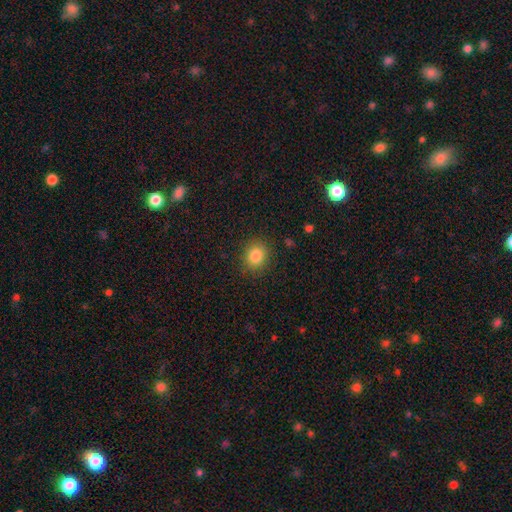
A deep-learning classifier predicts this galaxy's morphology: Smooth or featured? Predicted: smooth (p=0.84). How rounded? Predicted: round (p=0.73). Merging? Predicted: none (p=0.87).